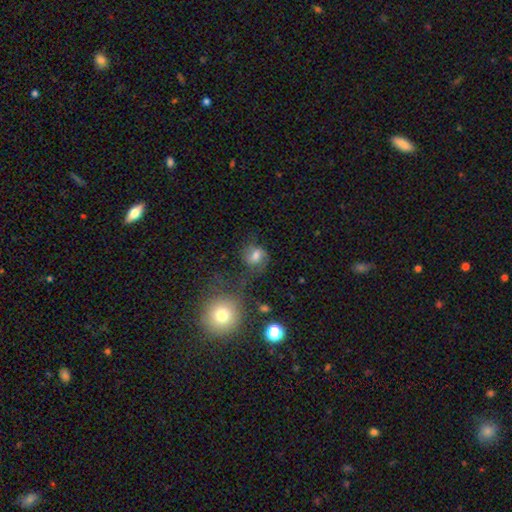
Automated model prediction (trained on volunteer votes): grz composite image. It shows a smooth galaxy with no disk features (62%) that is round (68%). Merging: none (55%).